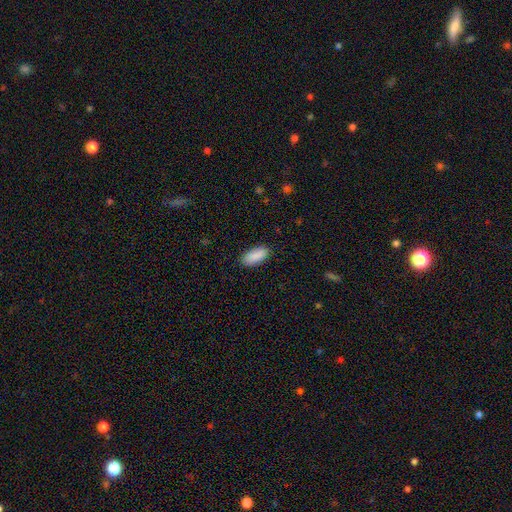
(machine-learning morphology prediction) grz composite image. It shows a smooth galaxy with no disk features (90%) that is in between round and cigar-shaped (87%). Merging: none (87%).